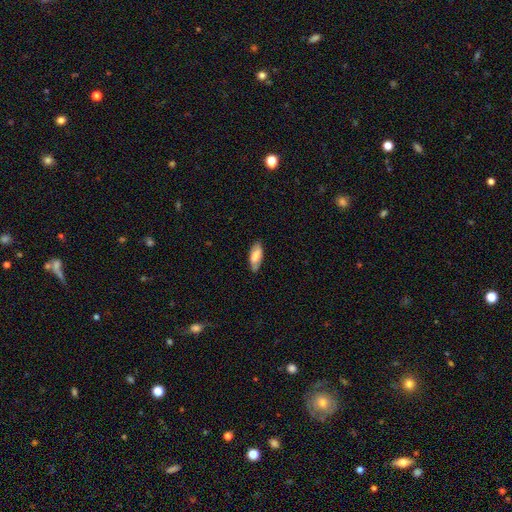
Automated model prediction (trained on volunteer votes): Smooth or featured? smooth (69%)
How rounded? in between (77%)
Merging? none (83%)